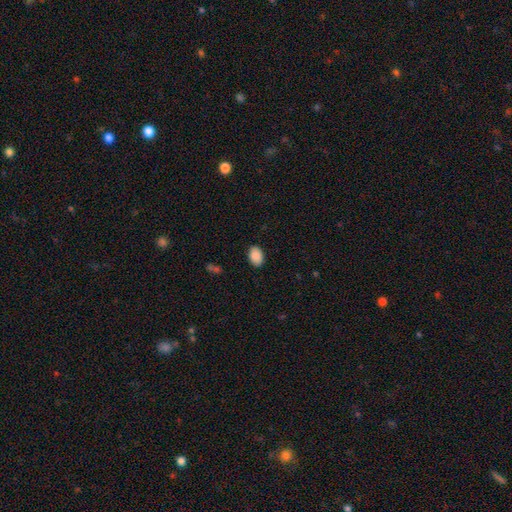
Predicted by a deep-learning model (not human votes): Smooth or featured: smooth — 89% (star or artifact — 7%)
How rounded: in between — 86% (round — 13%)
Merging: none — 87% (minor disturbance — 10%)